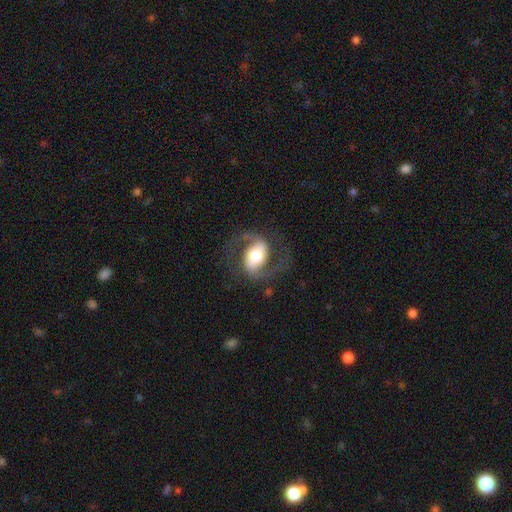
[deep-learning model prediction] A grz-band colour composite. It shows a featured or disk galaxy (85%) with a strong bar (34%), 2 (93%) medium (52%) spiral arms (95%) and a moderate central bulge (49%). Merging: none (75%).